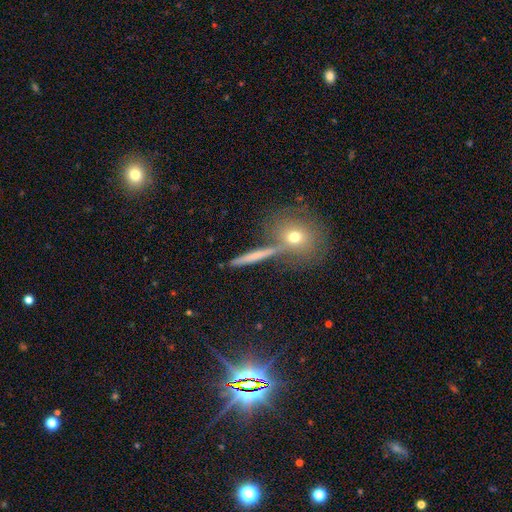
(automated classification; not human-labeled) Q: Smooth or featured?
A: smooth (54%); runner-up: featured or disk (32%)
Q: How rounded?
A: cigar-shaped (73%); runner-up: round (15%)
Q: Merging?
A: none (76%); runner-up: merger (11%)